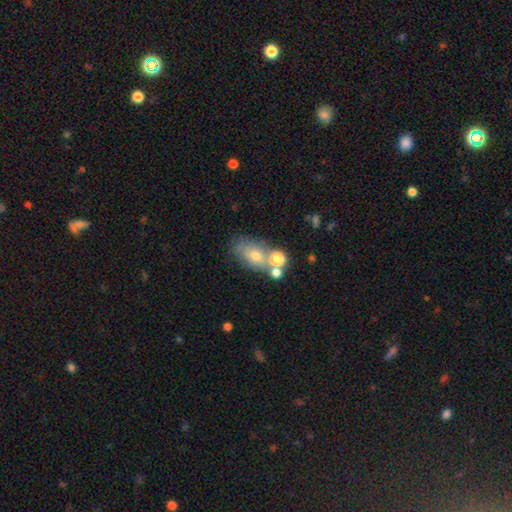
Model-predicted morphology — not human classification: This appears to be a smooth galaxy with no disk features (66%) that is in between round and cigar-shaped (78%). Merging: none (47%).